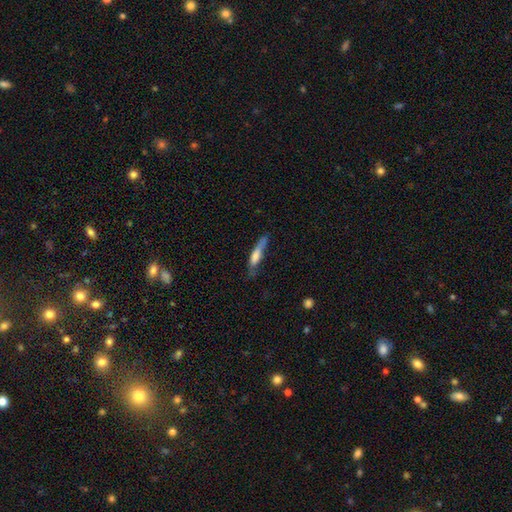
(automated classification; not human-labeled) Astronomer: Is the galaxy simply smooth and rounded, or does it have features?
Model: smooth — 61%.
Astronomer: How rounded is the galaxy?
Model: cigar-shaped — 81%.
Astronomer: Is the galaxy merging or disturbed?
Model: none — 51% (runner-up: minor disturbance, 30%).